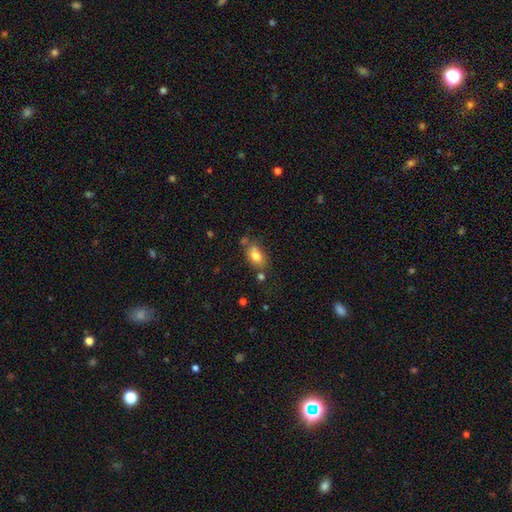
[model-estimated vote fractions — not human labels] Overall: smooth (78%). How rounded: in between (83%). Merging: none (61%).